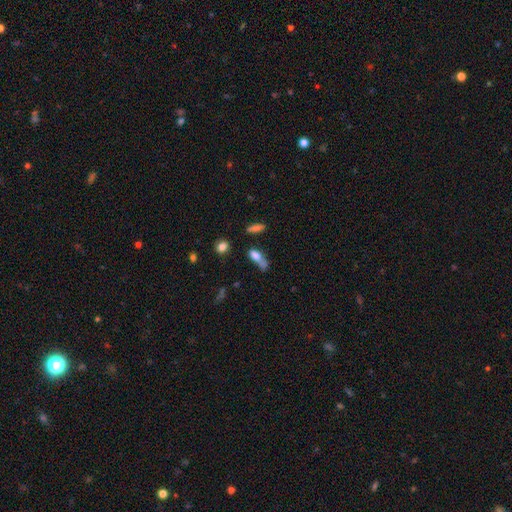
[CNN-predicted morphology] smooth-or-featured: smooth: 72% | featured or disk: 16% | star or artifact: 12%
  how-rounded: in between: 61% | cigar-shaped: 29% | round: 9%
  merging: none: 32% | merger: 29% | minor disturbance: 21% | major disturbance: 18%